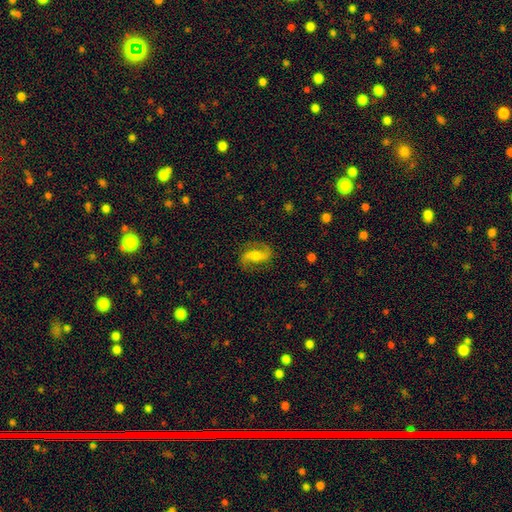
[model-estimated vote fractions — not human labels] smooth-or-featured: featured or disk: 80% | smooth: 13% | star or artifact: 7%
  disk-edge-on: no: 96% | yes: 4%
    bar: weak: 40% | no: 31% | strong: 29%
    has-spiral-arms: yes: 95% | no: 5%
      spiral-winding: loose: 46% | medium: 41% | tight: 12%
      spiral-arm-count: 2: 91% | can't tell: 3% | 1: 3% | 3: 1% | 4: 1% | more than 4: 1%
    bulge-size: moderate: 47% | small: 37% | large: 8% | none: 7% | dominant: 2%
  merging: none: 79% | minor disturbance: 13% | major disturbance: 7% | merger: 1%